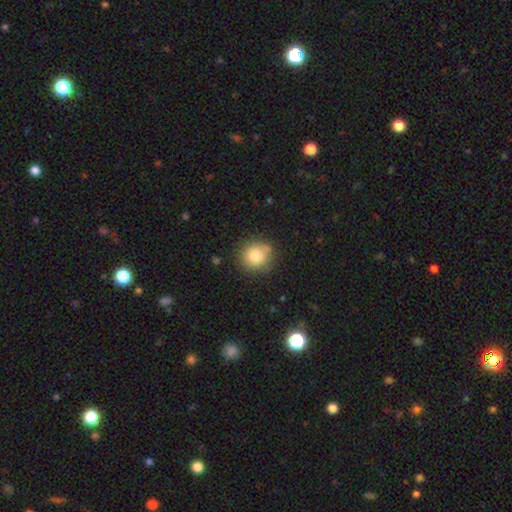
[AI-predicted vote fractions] This appears to be a smooth galaxy with no disk features (80%) that is round (90%). Merging: none (81%).